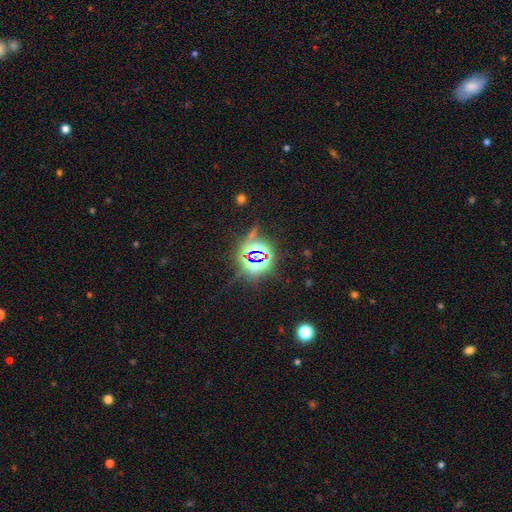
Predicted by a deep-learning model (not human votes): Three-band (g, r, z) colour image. It shows a star or artifact, not a galaxy (78%).